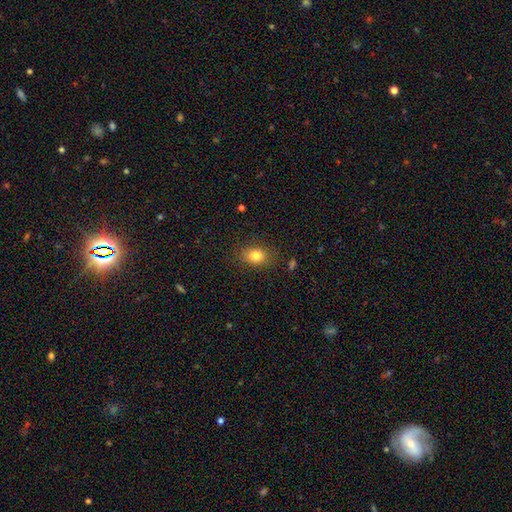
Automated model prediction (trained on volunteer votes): smooth_or_featured: smooth (p=0.82) [alt: star or artifact p=0.11]
how_rounded: in between (p=0.64) [alt: round p=0.35]
merging: none (p=0.83) [alt: minor disturbance p=0.12]